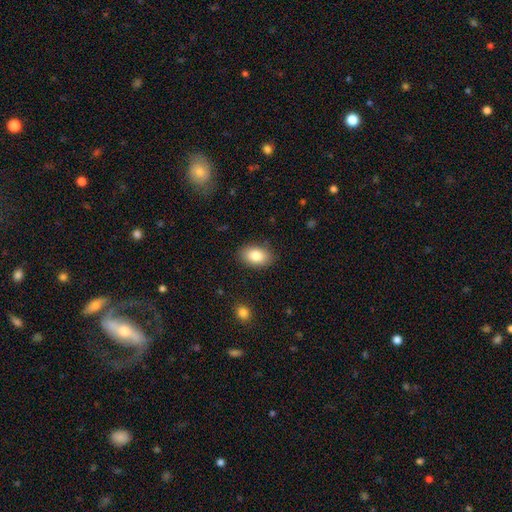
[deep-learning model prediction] Overall: smooth (84%). How rounded: in between (89%). Merging: none (87%).